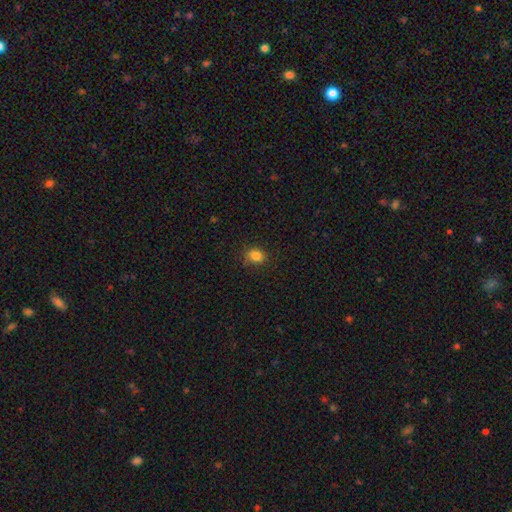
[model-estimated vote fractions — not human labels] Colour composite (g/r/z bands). It shows a smooth galaxy with no disk features (83%) that is round (65%). Merging: none (82%).